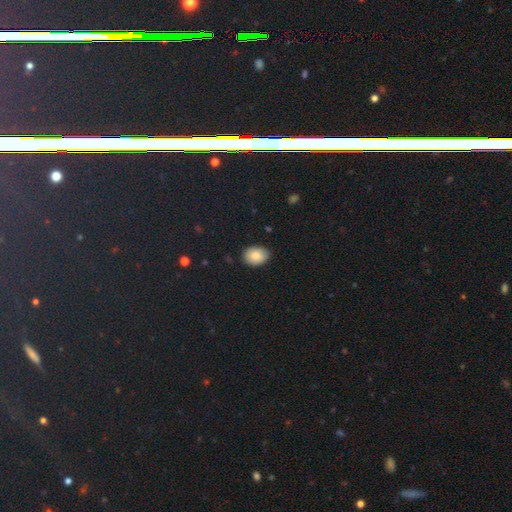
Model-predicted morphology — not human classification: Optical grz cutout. It shows a smooth galaxy with no disk features (85%) that is in between round and cigar-shaped (70%). Merging: none (83%).